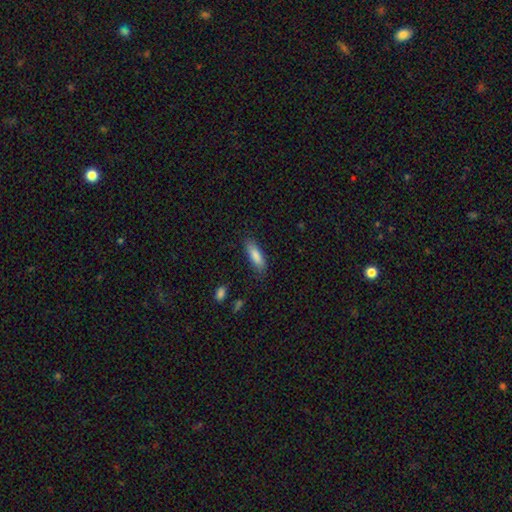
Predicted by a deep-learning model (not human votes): Smooth or featured? Predicted: smooth (p=0.85). How rounded? Predicted: in between (p=0.50). Merging? Predicted: none (p=0.79).